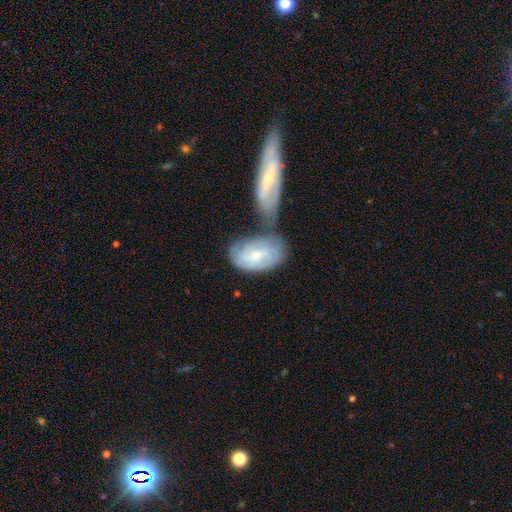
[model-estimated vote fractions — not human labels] Smooth or featured?
  - featured or disk: 55% *
  - smooth: 39%
  - star or artifact: 6%
Edge-on disk?
  - no: 92% *
  - yes: 8%
Bar?
  - no: 49% *
  - weak: 42%
  - strong: 9%
Spiral arms?
  - yes: 77% *
  - no: 23%
Bulge size?
  - small: 50% *
  - moderate: 39%
  - none: 6%
  - large: 3%
  - dominant: 1%
Merging?
  - merger: 41% *
  - none: 35%
  - minor disturbance: 16%
  - major disturbance: 8%